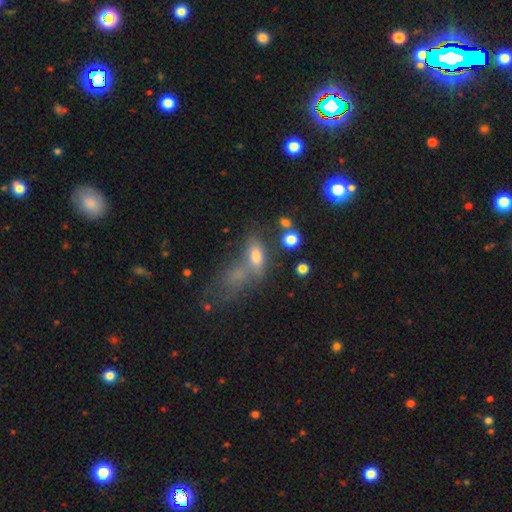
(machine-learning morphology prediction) Smooth or featured: smooth — 70% (featured or disk — 17%)
How rounded: in between — 79% (cigar-shaped — 11%)
Merging: none — 36% (merger — 32%)